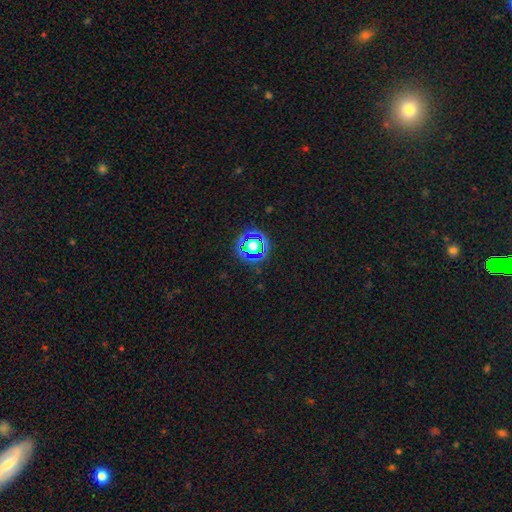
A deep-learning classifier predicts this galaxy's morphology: The model was most divided on "smooth or featured": star or artifact: 75%, smooth: 17%, featured or disk: 7%.